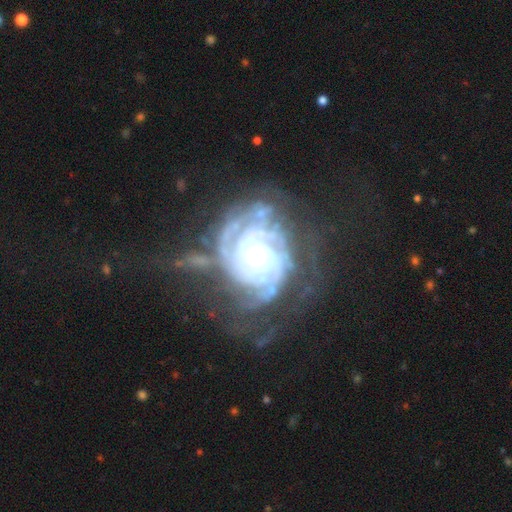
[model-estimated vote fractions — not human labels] This appears to be a featured or disk galaxy (88%) with no bar (77%), tight (79%) spiral arms (96%) and a small central bulge (63%). Merging: none (49%).